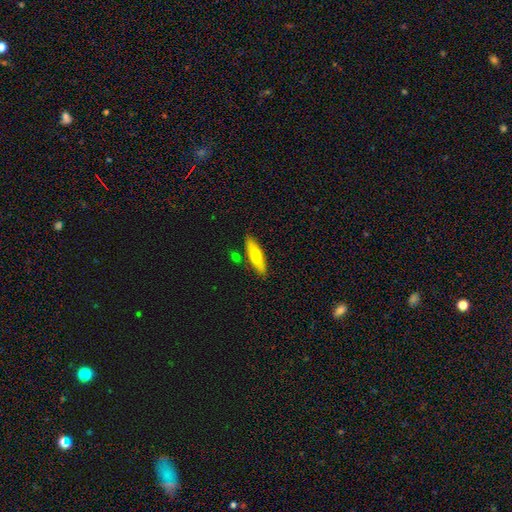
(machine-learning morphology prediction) A smooth galaxy with no disk features (65%) that is cigar-shaped (60%).

Vote fractions:
- Smooth or featured? smooth: 65% / featured or disk: 29% / star or artifact: 6%
- How rounded? cigar-shaped: 60% / in between: 38% / round: 2%
- Merging? none: 82% / minor disturbance: 11% / merger: 5% / major disturbance: 2%